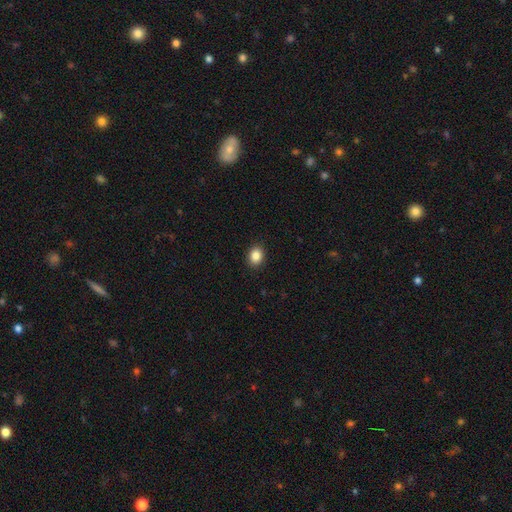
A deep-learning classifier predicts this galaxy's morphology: A smooth galaxy with no disk features (86%) that is in between round and cigar-shaped (51%).

Vote fractions:
- Smooth or featured? smooth: 86% / star or artifact: 9% / featured or disk: 4%
- How rounded? in between: 51% / round: 48% / cigar-shaped: 1%
- Merging? none: 90% / minor disturbance: 7% / major disturbance: 2% / merger: 1%